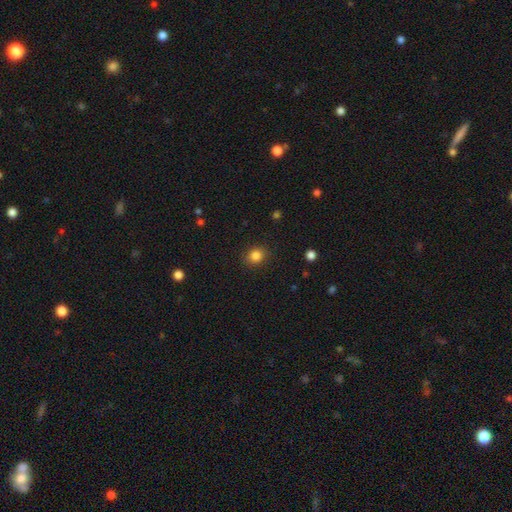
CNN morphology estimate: Overall: smooth (84%). How rounded: round (76%). Merging: none (88%).